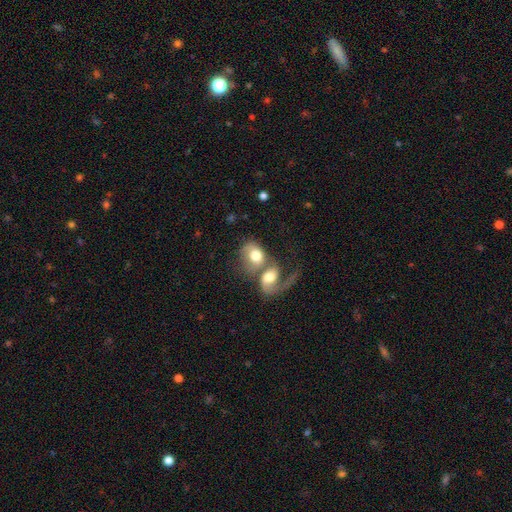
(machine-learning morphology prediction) Smooth or featured: smooth — 49% (featured or disk — 44%)
Merging: merger — 75% (major disturbance — 11%)